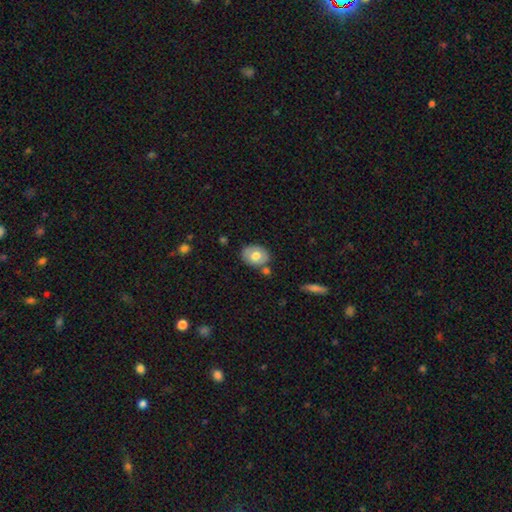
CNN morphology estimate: type=smooth (66%); roundness=in between (67%); merging=none (73%).